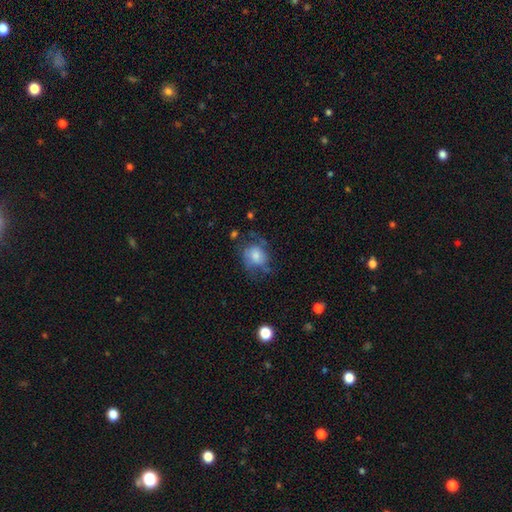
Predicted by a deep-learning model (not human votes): Morphology: type=smooth (52%); roundness=round (51%); merging=none (42%).